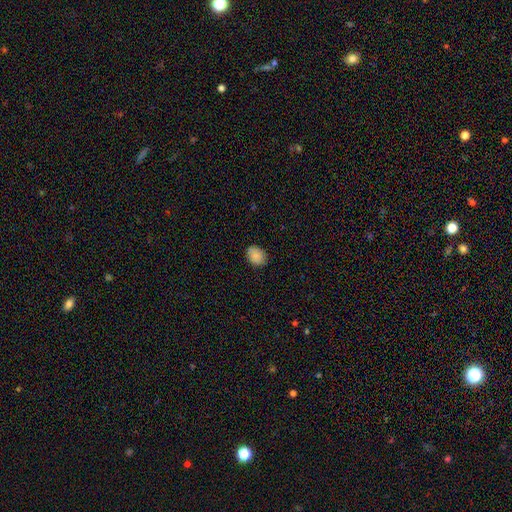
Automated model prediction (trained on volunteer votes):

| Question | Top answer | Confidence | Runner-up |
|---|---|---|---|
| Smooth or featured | smooth | 87% | star or artifact (8%) |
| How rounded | in between | 59% | round (40%) |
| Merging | none | 84% | minor disturbance (13%) |